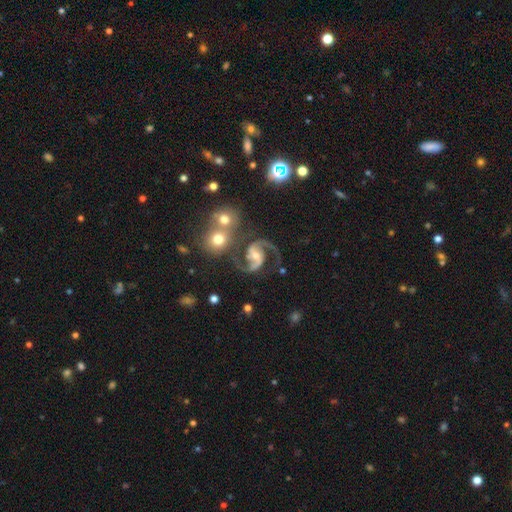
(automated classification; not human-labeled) A featured or disk galaxy (92%) with no bar (38%), 2 (94%) medium (60%) spiral arms (98%) and a moderate central bulge (52%).

Vote fractions:
- Smooth or featured? featured or disk: 92% / star or artifact: 5% / smooth: 3%
- Edge-on disk? no: 98% / yes: 2%
- Bar? no: 38% / weak: 37% / strong: 25%
- Spiral arms? yes: 98% / no: 2%
- Spiral winding? medium: 60% / loose: 29% / tight: 12%
- Spiral arm count? 2: 94% / 1: 1% / 3: 1% / can't tell: 1% / 4: 1% / more than 4: 1%
- Bulge size? moderate: 52% / small: 42% / large: 3% / none: 2% / dominant: 1%
- Merging? none: 65% / minor disturbance: 14% / merger: 11% / major disturbance: 9%